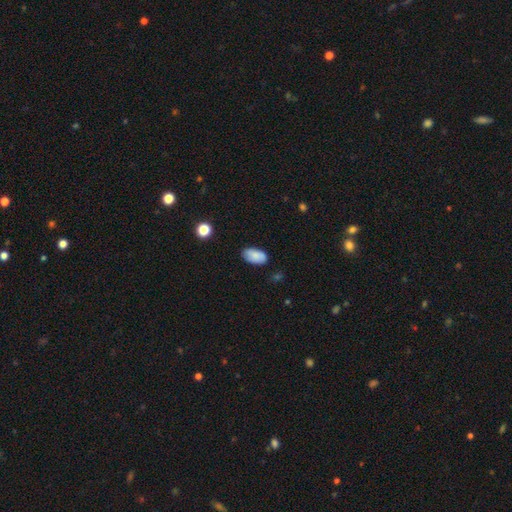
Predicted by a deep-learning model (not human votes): Smooth or featured? Predicted: smooth (p=0.84). How rounded? Predicted: in between (p=0.94). Merging? Predicted: none (p=0.79).